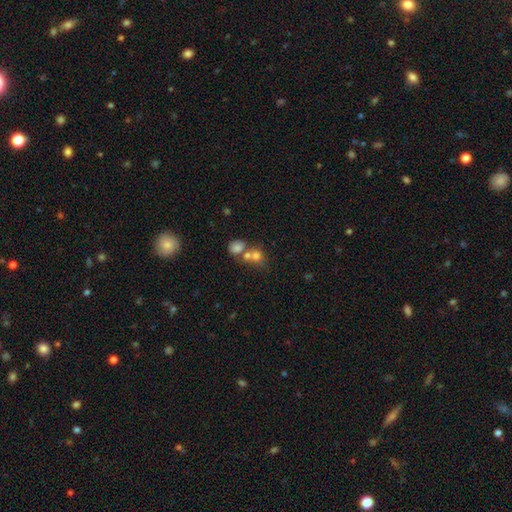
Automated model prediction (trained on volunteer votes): A smooth galaxy with no disk features (72%) that is round (73%). Merging: merger (52%).